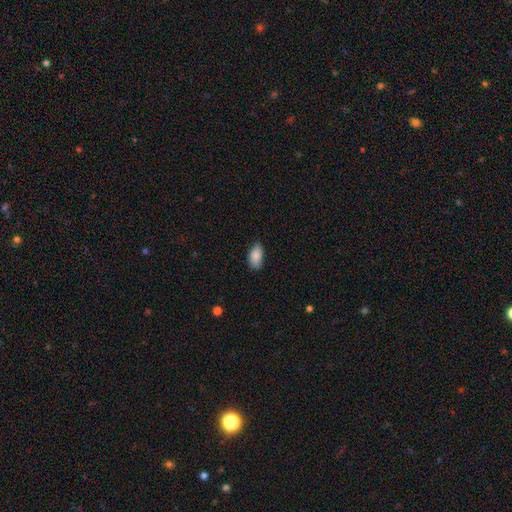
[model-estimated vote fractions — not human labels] Smooth or featured? smooth (88%)
How rounded? in between (93%)
Merging? none (81%)